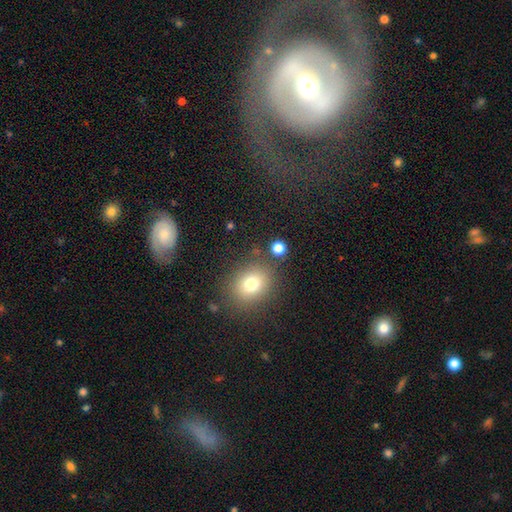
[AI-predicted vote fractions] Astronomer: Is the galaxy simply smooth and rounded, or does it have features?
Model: smooth — 60%.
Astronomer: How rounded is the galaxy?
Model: round — 68%.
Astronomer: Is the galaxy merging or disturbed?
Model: none — 74%.